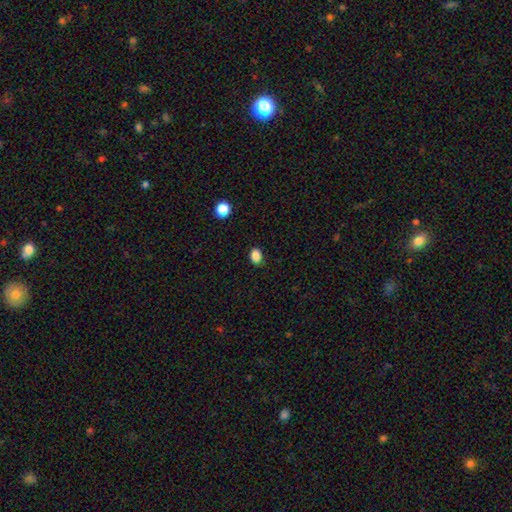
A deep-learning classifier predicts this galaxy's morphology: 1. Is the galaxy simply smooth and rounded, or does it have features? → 86% smooth, 10% star or artifact, 3% featured or disk.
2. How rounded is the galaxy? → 65% in between, 34% round, 1% cigar-shaped.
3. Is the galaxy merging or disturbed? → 86% none, 10% minor disturbance, 2% major disturbance, 1% merger.